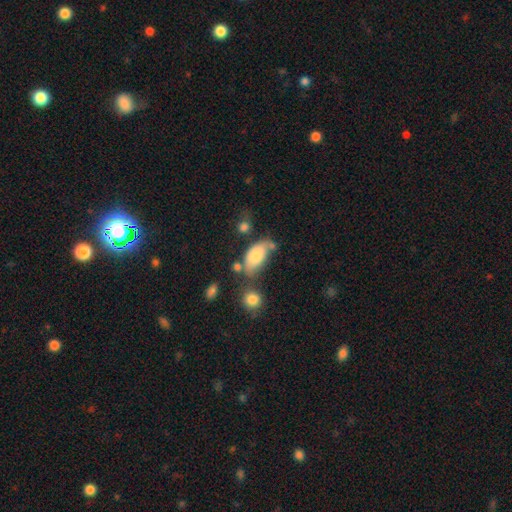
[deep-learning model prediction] smooth-or-featured: smooth: 79% | featured or disk: 13% | star or artifact: 8%
  how-rounded: in between: 92% | round: 4% | cigar-shaped: 4%
  merging: none: 39% | minor disturbance: 27% | merger: 20% | major disturbance: 14%